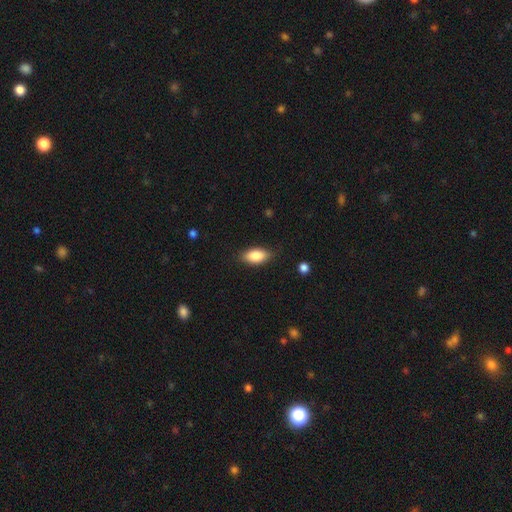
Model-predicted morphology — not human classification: smooth_or_featured: smooth (p=0.85) [alt: featured or disk p=0.08]
how_rounded: in between (p=0.90) [alt: cigar-shaped p=0.06]
merging: none (p=0.82) [alt: minor disturbance p=0.14]